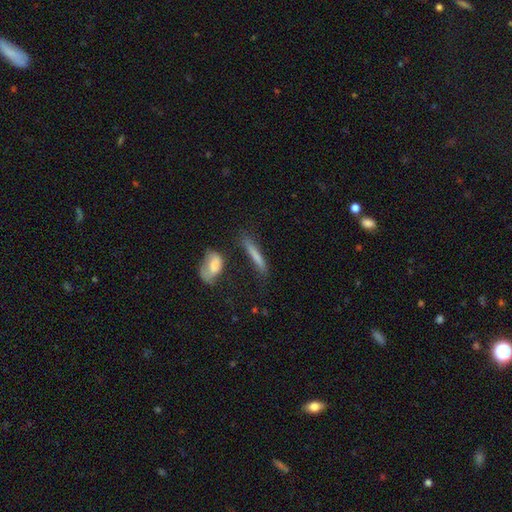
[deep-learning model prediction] A smooth galaxy with no disk features (69%) that is cigar-shaped (89%). Merging: none (65%).